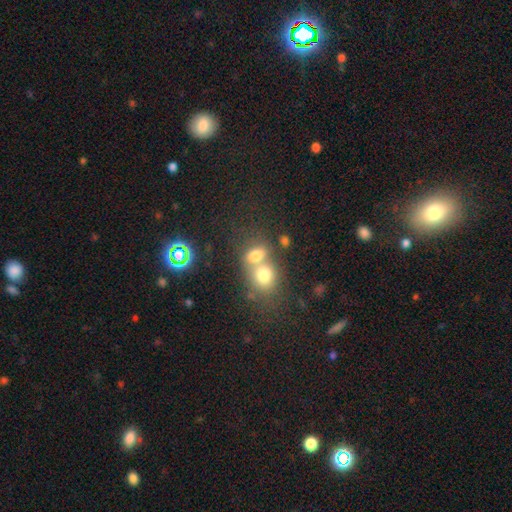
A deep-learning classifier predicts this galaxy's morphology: A smooth galaxy with no disk features (71%) that is in between round and cigar-shaped (52%).

Vote fractions:
- Smooth or featured? smooth: 71% / star or artifact: 15% / featured or disk: 14%
- How rounded? in between: 52% / round: 46% / cigar-shaped: 2%
- Merging? merger: 61% / none: 28% / minor disturbance: 7% / major disturbance: 4%